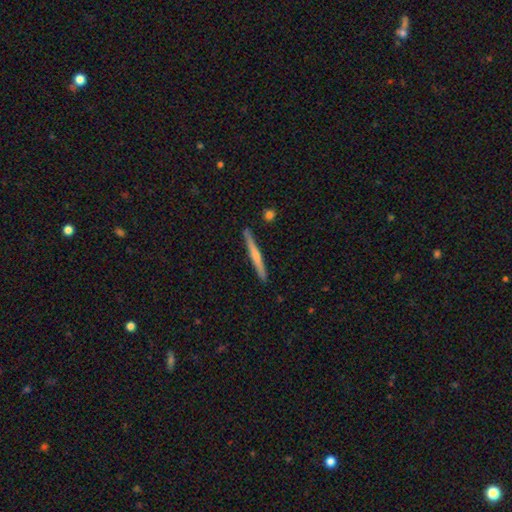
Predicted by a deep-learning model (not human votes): smooth_or_featured: featured or disk (p=0.50) [alt: smooth p=0.45]
disk_edge_on: yes (p=0.97) [alt: no p=0.03]
merging: none (p=0.89) [alt: minor disturbance p=0.08]